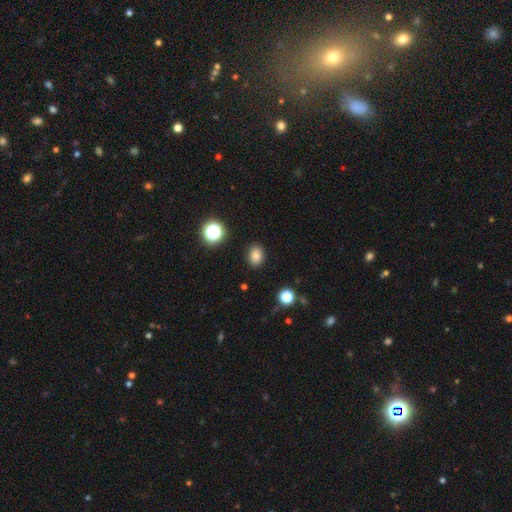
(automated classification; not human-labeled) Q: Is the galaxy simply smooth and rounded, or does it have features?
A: smooth — 82%.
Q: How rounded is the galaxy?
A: in between — 66%.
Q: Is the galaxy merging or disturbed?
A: none — 88%.